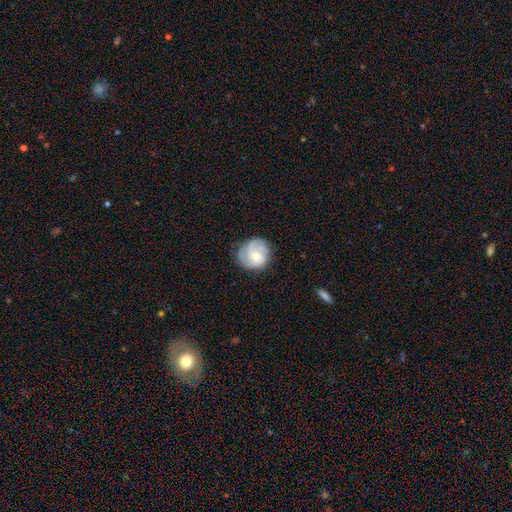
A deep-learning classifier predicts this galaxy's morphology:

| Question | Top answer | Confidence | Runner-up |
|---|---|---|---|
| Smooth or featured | featured or disk | 62% | smooth (31%) |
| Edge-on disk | no | 98% | yes (2%) |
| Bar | no | 73% | weak (24%) |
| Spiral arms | yes | 89% | no (11%) |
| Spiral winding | tight | 55% | medium (34%) |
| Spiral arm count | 3 | 37% | can't tell (27%) |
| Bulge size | moderate | 59% | small (33%) |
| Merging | none | 72% | minor disturbance (20%) |